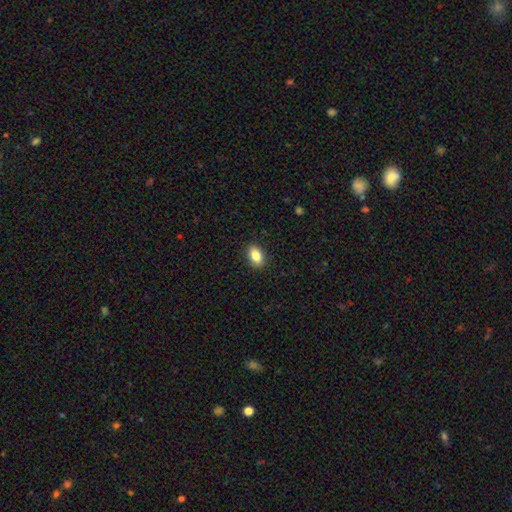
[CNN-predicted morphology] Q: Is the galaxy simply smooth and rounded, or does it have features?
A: smooth — 85%.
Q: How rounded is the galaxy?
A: in between — 89%.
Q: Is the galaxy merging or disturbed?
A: none — 90%.